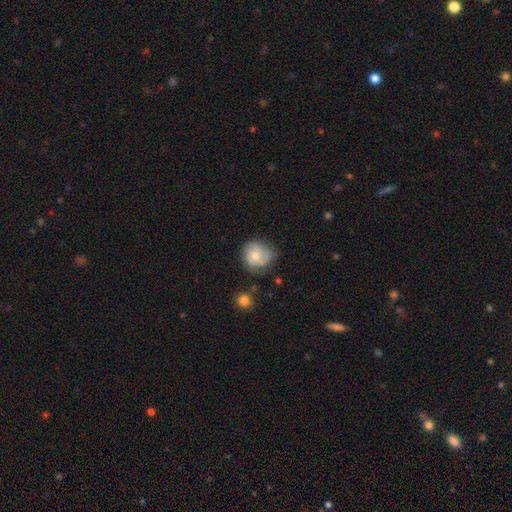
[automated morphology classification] The model was most divided on "merging": none: 55%, minor disturbance: 32%, major disturbance: 10%, merger: 3%. More confident: how rounded — round (80%); smooth or featured — smooth (64%).